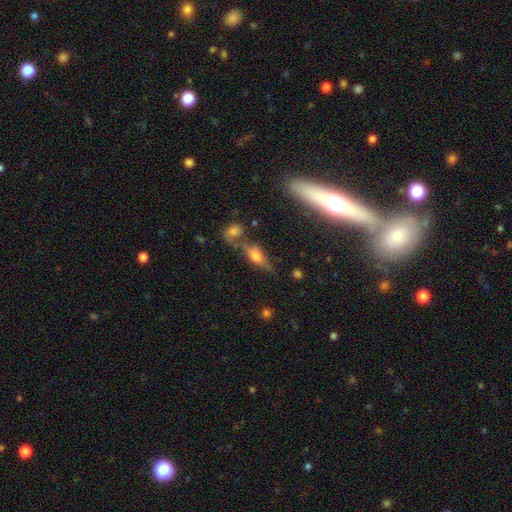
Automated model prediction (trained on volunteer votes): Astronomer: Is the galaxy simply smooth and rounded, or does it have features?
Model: featured or disk — 49% (runner-up: smooth, 39%).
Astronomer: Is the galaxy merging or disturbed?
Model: none — 58%.